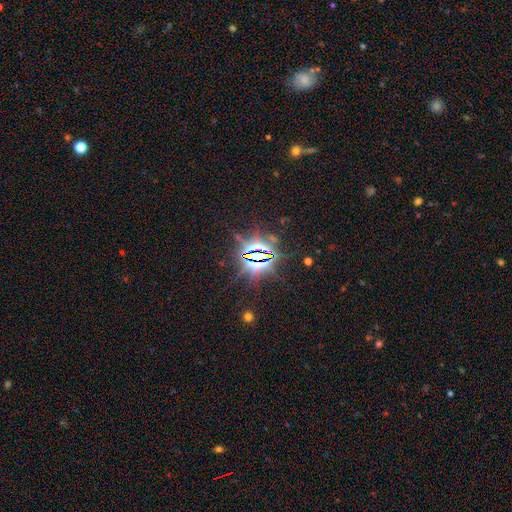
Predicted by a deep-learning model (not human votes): smooth-or-featured: star or artifact: 84% | featured or disk: 8% | smooth: 8%